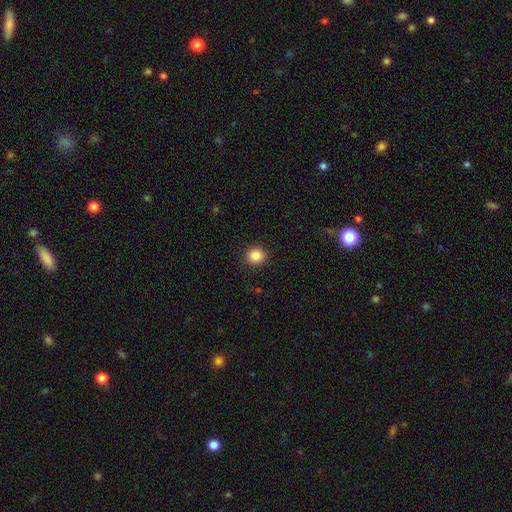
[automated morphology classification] Smooth or featured?
  - smooth: 86% *
  - star or artifact: 10%
  - featured or disk: 4%
How rounded?
  - round: 90% *
  - in between: 9%
  - cigar-shaped: 1%
Merging?
  - none: 91% *
  - minor disturbance: 5%
  - major disturbance: 2%
  - merger: 1%